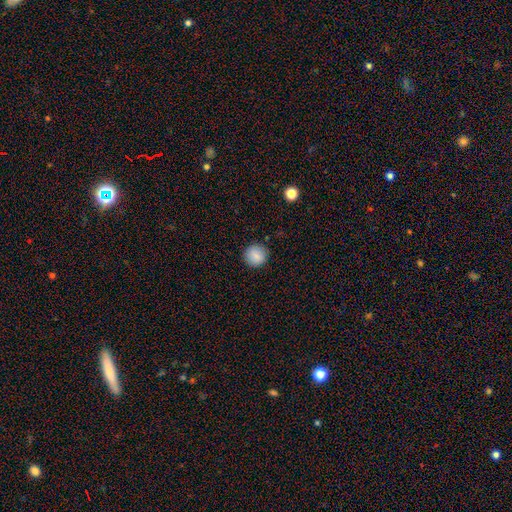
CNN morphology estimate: A smooth galaxy with no disk features (87%) that is round (94%). Merging: none (91%).